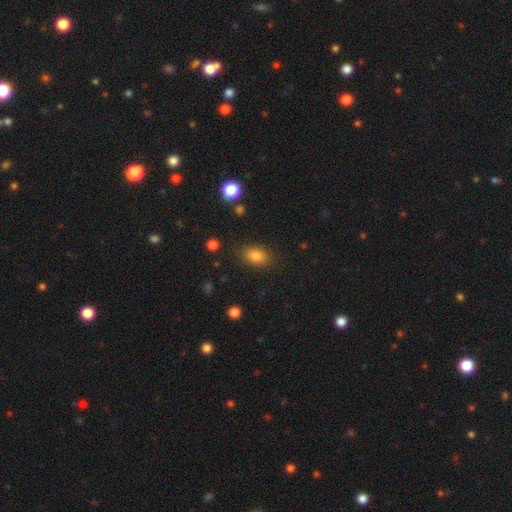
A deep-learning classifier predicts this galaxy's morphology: Overall: smooth (83%). How rounded: in between (82%). Merging: none (84%).